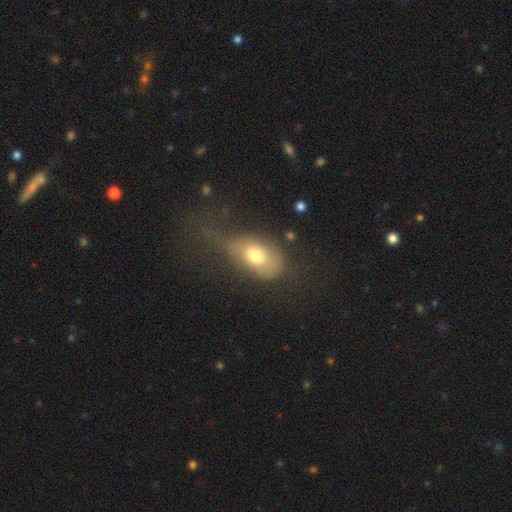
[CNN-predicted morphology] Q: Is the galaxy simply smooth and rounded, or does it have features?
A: smooth — 69%.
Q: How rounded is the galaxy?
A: in between — 82%.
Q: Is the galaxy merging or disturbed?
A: major disturbance — 41%.